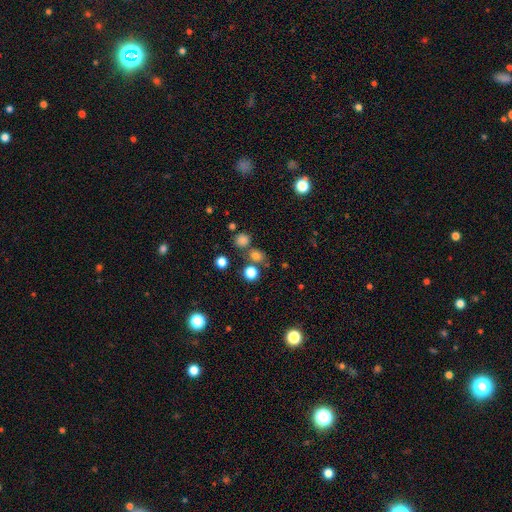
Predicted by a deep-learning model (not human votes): Overall: smooth (72%). How rounded: round (75%). Merging: none (69%).